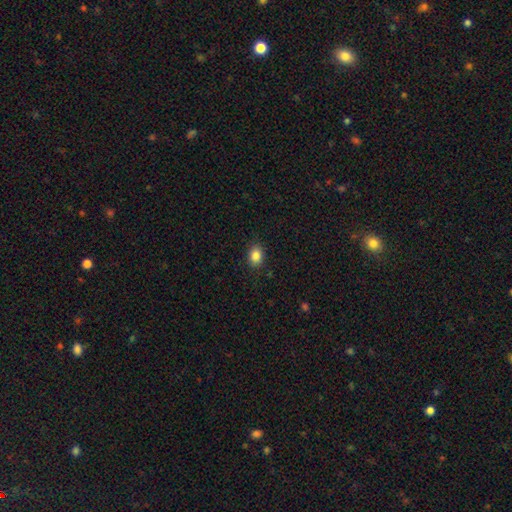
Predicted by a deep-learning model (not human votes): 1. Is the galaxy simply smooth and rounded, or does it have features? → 85% smooth, 10% star or artifact, 5% featured or disk.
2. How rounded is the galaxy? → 65% in between, 34% round, 1% cigar-shaped.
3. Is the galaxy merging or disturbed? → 87% none, 10% minor disturbance, 2% major disturbance, 1% merger.